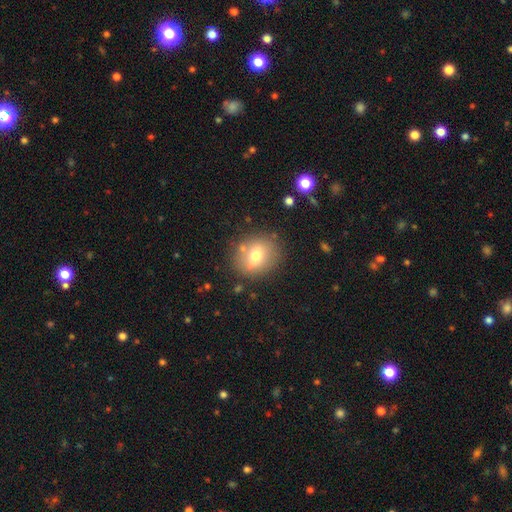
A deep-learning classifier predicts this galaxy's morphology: This is likely a smooth galaxy (69%). How rounded: likely round (64%). Merging: likely none (78%).